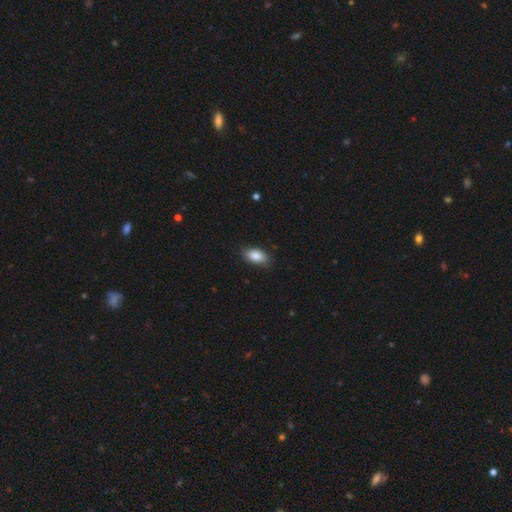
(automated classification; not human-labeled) A smooth galaxy with no disk features (86%) that is in between round and cigar-shaped (91%).

Vote fractions:
- Smooth or featured? smooth: 86% / star or artifact: 7% / featured or disk: 7%
- How rounded? in between: 91% / round: 5% / cigar-shaped: 4%
- Merging? none: 84% / minor disturbance: 12% / major disturbance: 2% / merger: 1%